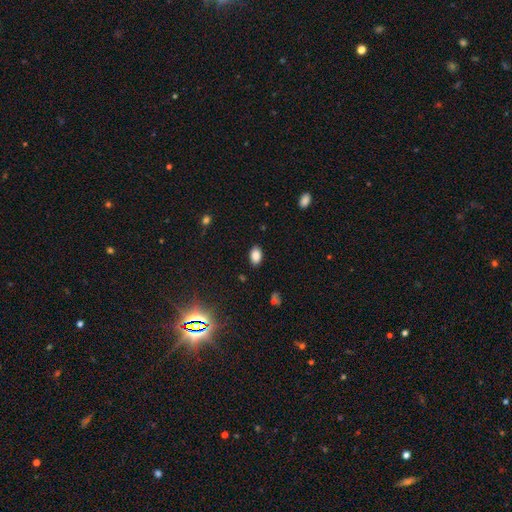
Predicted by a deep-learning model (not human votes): Overall: smooth (86%). How rounded: in between (90%). Merging: none (87%).